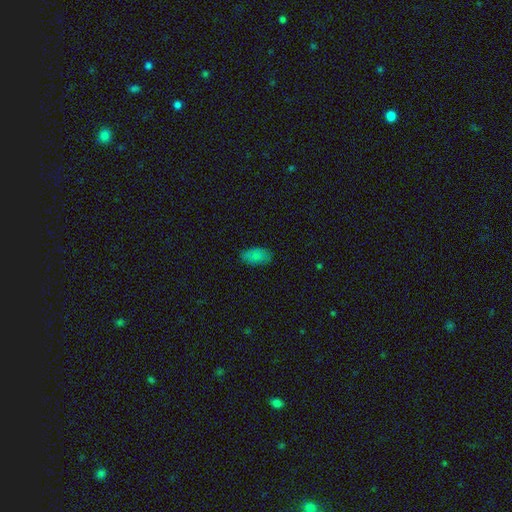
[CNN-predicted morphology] Overall: smooth (84%). How rounded: in between (94%). Merging: none (81%).